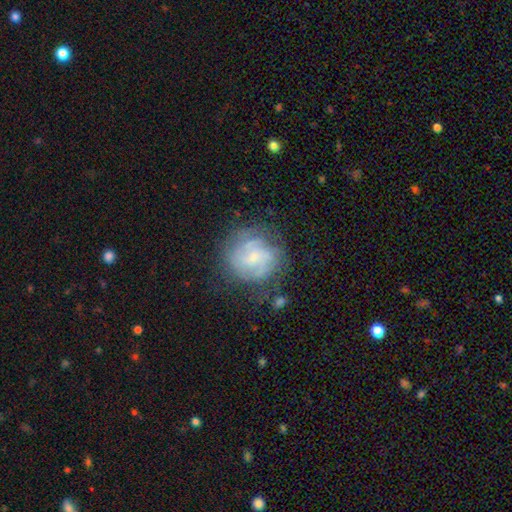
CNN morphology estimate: A featured or disk galaxy (65%) with no bar (54%), tight (51%) spiral arms (82%) and a small central bulge (58%).

Vote fractions:
- Smooth or featured? featured or disk: 65% / smooth: 26% / star or artifact: 9%
- Edge-on disk? no: 98% / yes: 2%
- Bar? no: 54% / weak: 39% / strong: 7%
- Spiral arms? yes: 82% / no: 18%
- Spiral winding? tight: 51% / medium: 36% / loose: 13%
- Spiral arm count? can't tell: 42% / 2: 21% / 3: 19% / 4: 9% / 1: 5% / more than 4: 4%
- Bulge size? small: 58% / moderate: 23% / none: 16% / large: 2% / dominant: 1%
- Merging? none: 68% / minor disturbance: 18% / major disturbance: 11% / merger: 3%